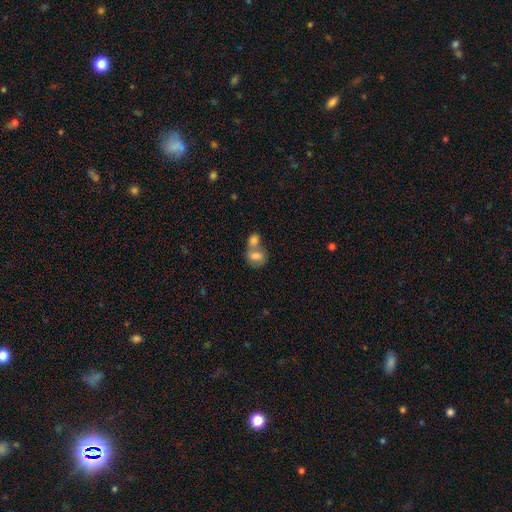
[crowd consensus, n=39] Smooth or featured? smooth (77%)
How rounded? in between (63%)
Merging? merger (74%)